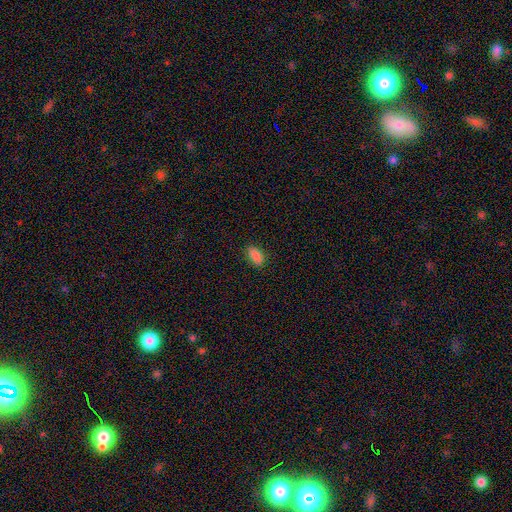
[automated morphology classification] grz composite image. It shows a smooth galaxy with no disk features (87%) that is in between round and cigar-shaped (91%). Merging: none (87%).